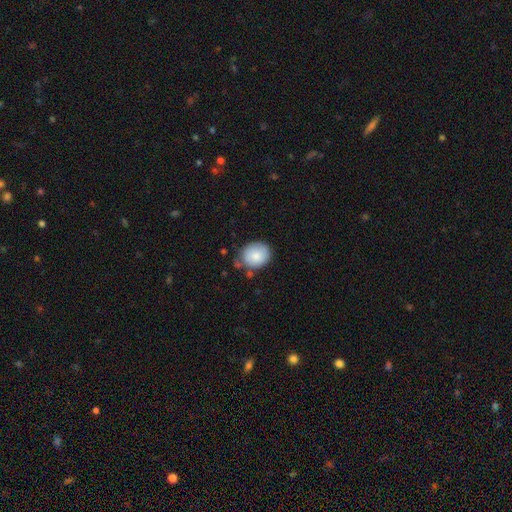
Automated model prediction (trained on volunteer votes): Smooth or featured: smooth — 83% (featured or disk — 10%)
How rounded: round — 62% (in between — 37%)
Merging: none — 70% (minor disturbance — 21%)